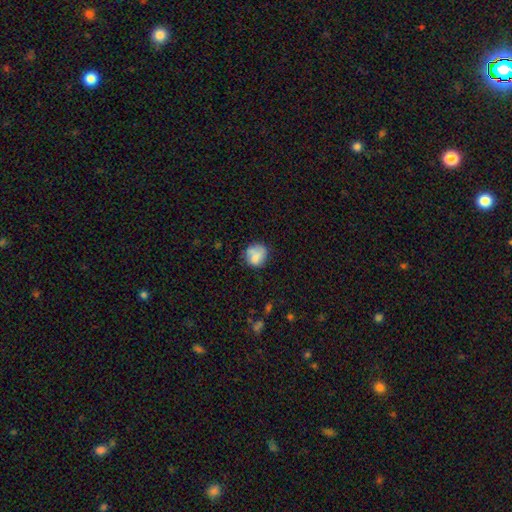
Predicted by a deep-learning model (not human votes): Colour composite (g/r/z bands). It shows a smooth galaxy with no disk features (76%) that is round (74%). Merging: none (56%).